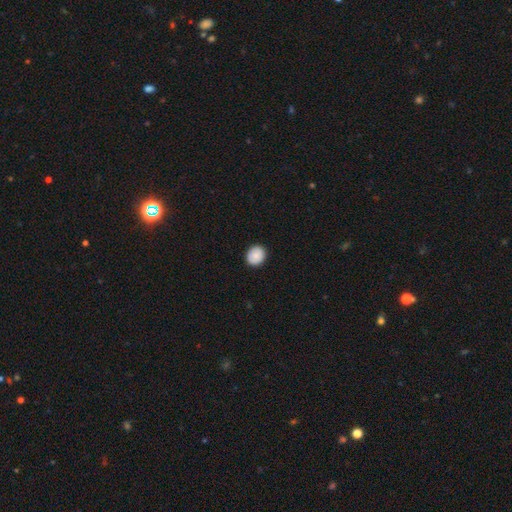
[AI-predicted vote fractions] Morphology: type=smooth (87%); roundness=round (73%); merging=none (90%).